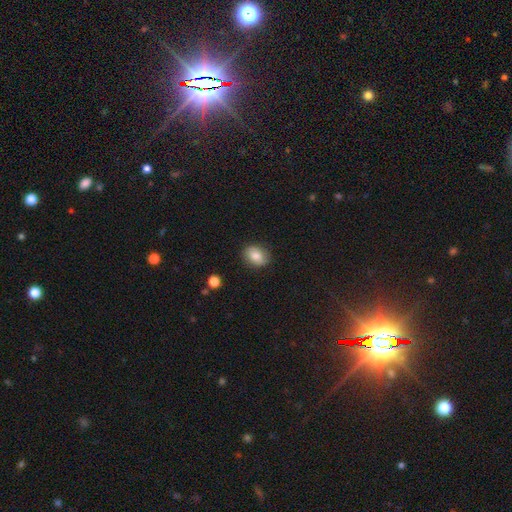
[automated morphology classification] Smooth or featured: smooth — 82% (featured or disk — 10%)
How rounded: in between — 62% (round — 37%)
Merging: none — 84% (minor disturbance — 12%)